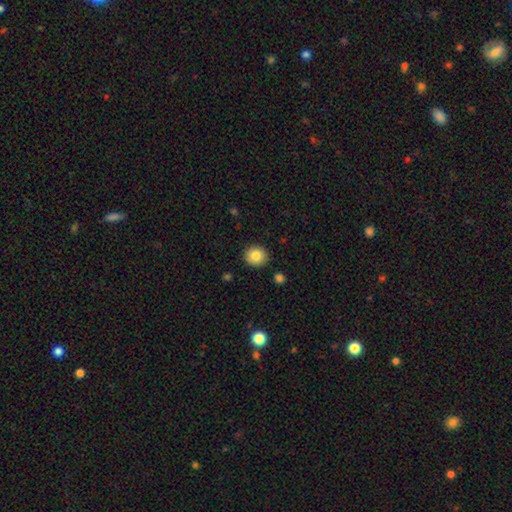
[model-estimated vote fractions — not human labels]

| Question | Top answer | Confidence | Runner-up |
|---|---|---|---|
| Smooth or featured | smooth | 83% | star or artifact (9%) |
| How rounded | round | 86% | in between (13%) |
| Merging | none | 90% | minor disturbance (7%) |